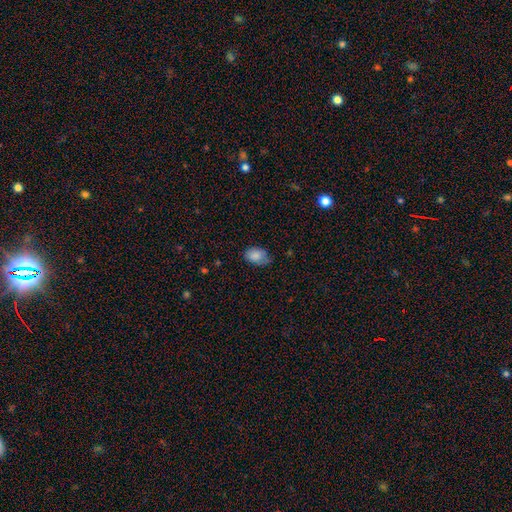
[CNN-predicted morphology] Q: Smooth or featured?
A: smooth (83%); runner-up: featured or disk (9%)
Q: How rounded?
A: in between (85%); runner-up: round (14%)
Q: Merging?
A: none (65%); runner-up: minor disturbance (28%)